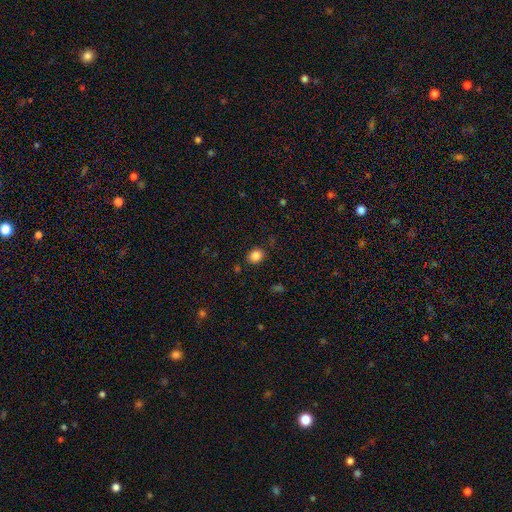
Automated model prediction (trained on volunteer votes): The model was most divided on "how rounded": round: 59%, in between: 40%, cigar-shaped: 1%. More confident: smooth or featured — smooth (85%); merging — none (85%).